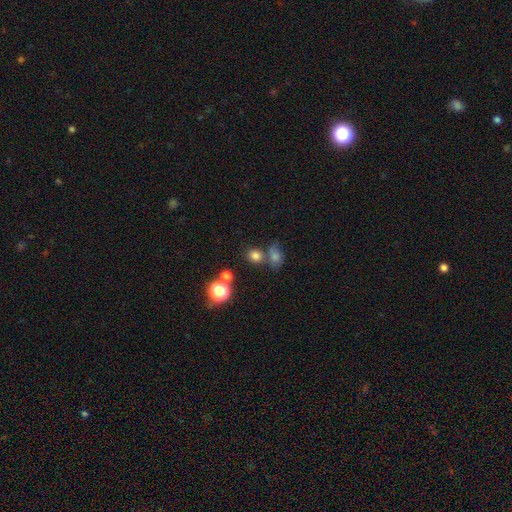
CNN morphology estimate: Smooth or featured? Predicted: smooth (p=0.75). How rounded? Predicted: round (p=0.77). Merging? Predicted: none (p=0.65).